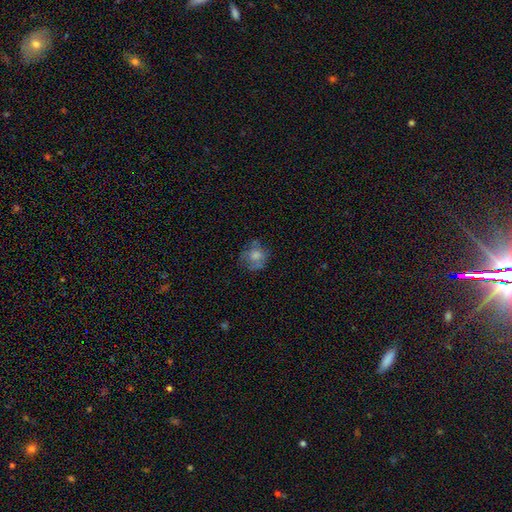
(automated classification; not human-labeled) Q: Smooth or featured?
A: smooth (65%); runner-up: featured or disk (24%)
Q: How rounded?
A: round (74%); runner-up: in between (25%)
Q: Merging?
A: none (56%); runner-up: minor disturbance (25%)